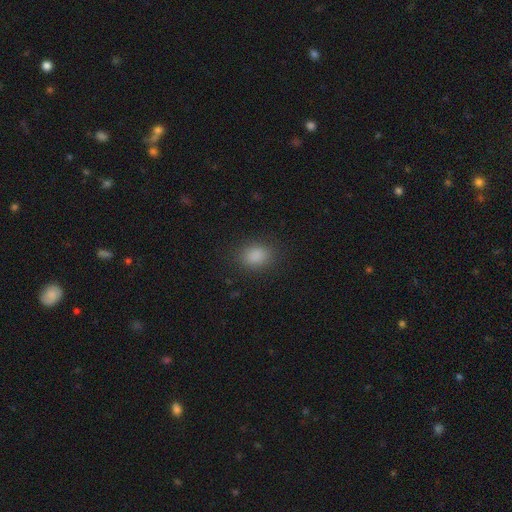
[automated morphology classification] Smooth or featured? Predicted: smooth (p=0.86). How rounded? Predicted: in between (p=0.59). Merging? Predicted: none (p=0.86).